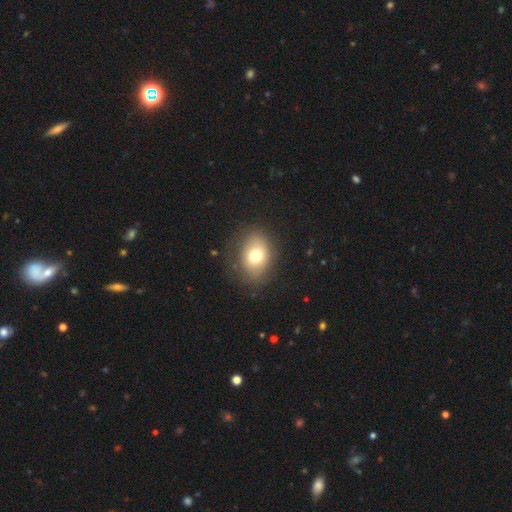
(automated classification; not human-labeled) A smooth galaxy with no disk features (74%) that is in between round and cigar-shaped (65%). Merging: none (79%).